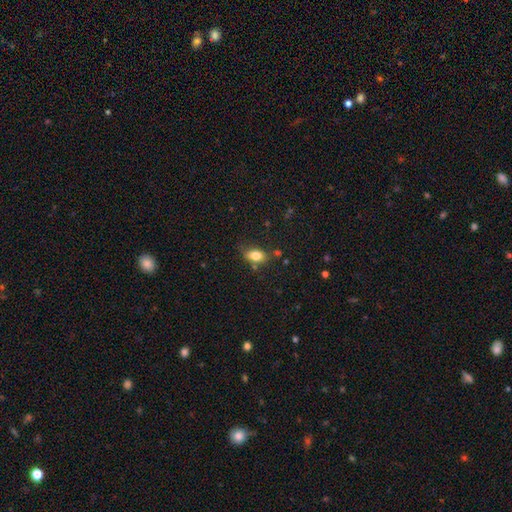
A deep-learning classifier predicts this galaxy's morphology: Smooth or featured? Predicted: smooth (p=0.79). How rounded? Predicted: in between (p=0.83). Merging? Predicted: none (p=0.67).